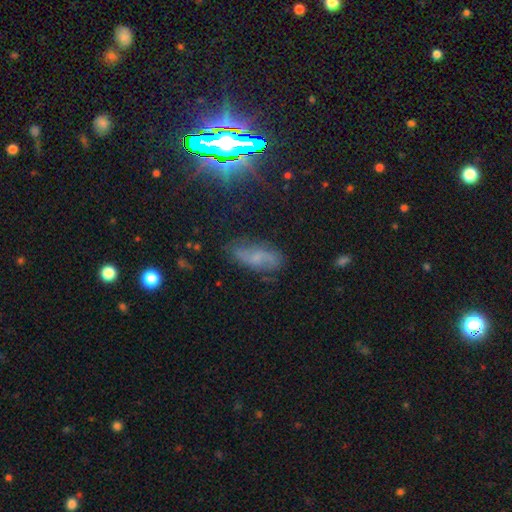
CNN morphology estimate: Smooth or featured? featured or disk (40%)
Merging? none (66%)